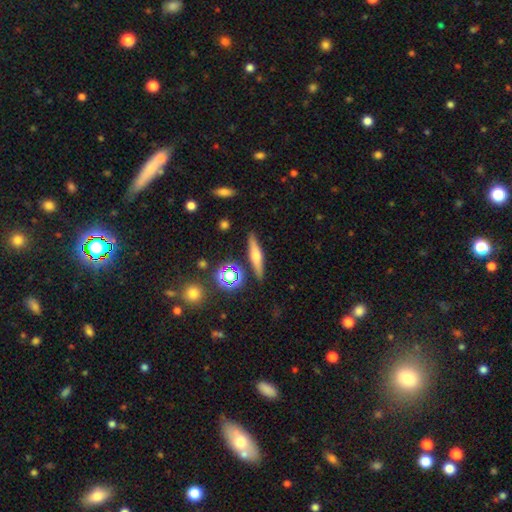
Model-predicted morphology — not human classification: featured or disk 49%, smooth 39%, star or artifact 12%. Down the decision tree: merging — none (87%).